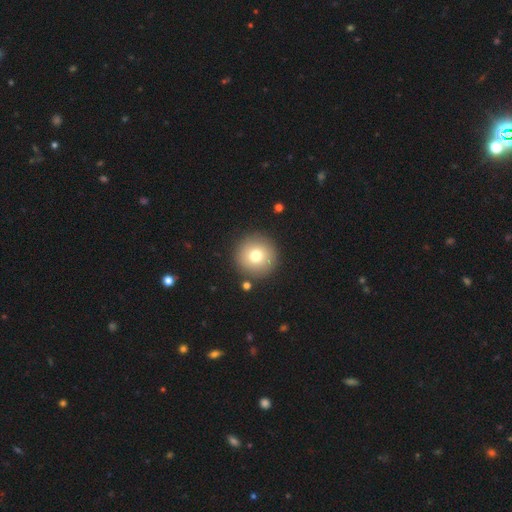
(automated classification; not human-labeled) A smooth galaxy with no disk features (76%) that is round (96%). Merging: none (89%).